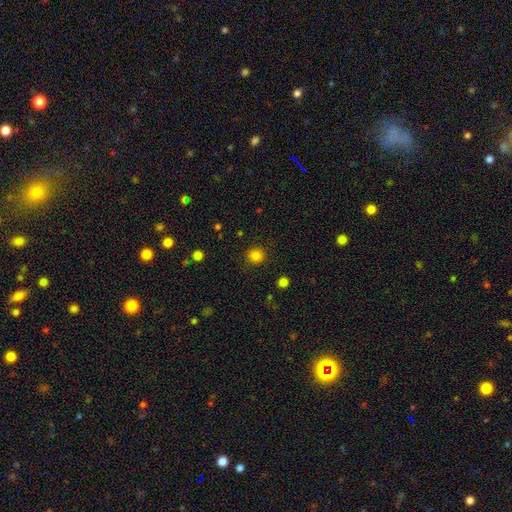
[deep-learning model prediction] The model was most divided on "smooth or featured": smooth: 84%, star or artifact: 13%, featured or disk: 4%. More confident: how rounded — round (92%); merging — none (90%).